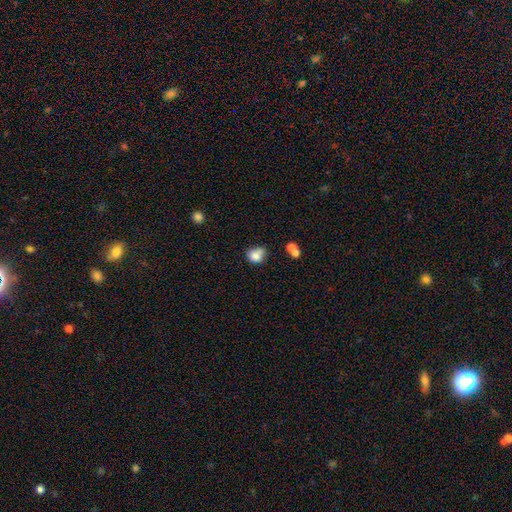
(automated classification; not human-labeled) Q: Smooth or featured?
A: smooth (76%); runner-up: featured or disk (13%)
Q: How rounded?
A: round (55%); runner-up: in between (44%)
Q: Merging?
A: none (36%); runner-up: merger (31%)